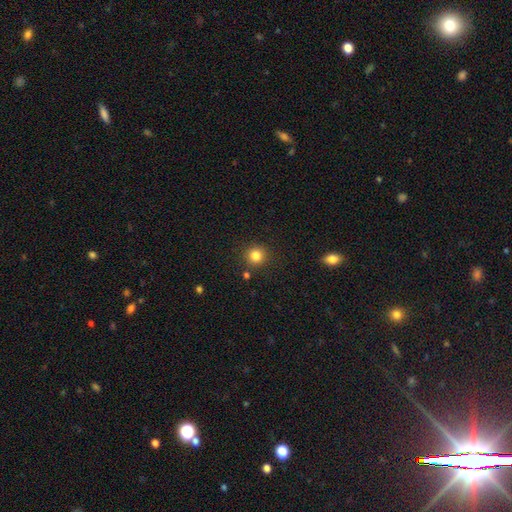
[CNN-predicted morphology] This appears to be a smooth galaxy with no disk features (83%) that is round (93%). Merging: none (87%).